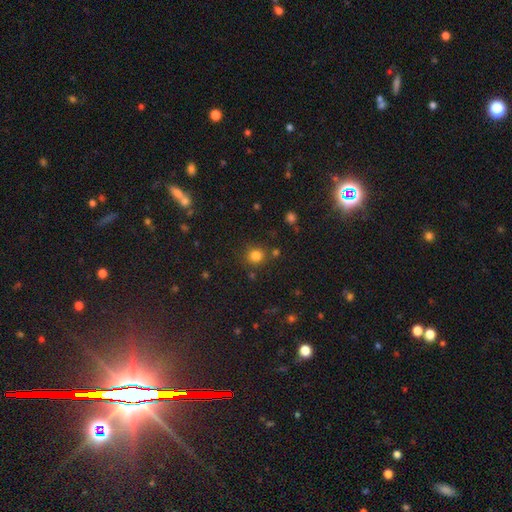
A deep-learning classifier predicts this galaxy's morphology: Smooth or featured?
  - smooth: 81% *
  - star or artifact: 14%
  - featured or disk: 5%
How rounded?
  - round: 90% *
  - in between: 9%
  - cigar-shaped: 1%
Merging?
  - none: 82% *
  - minor disturbance: 9%
  - merger: 6%
  - major disturbance: 3%